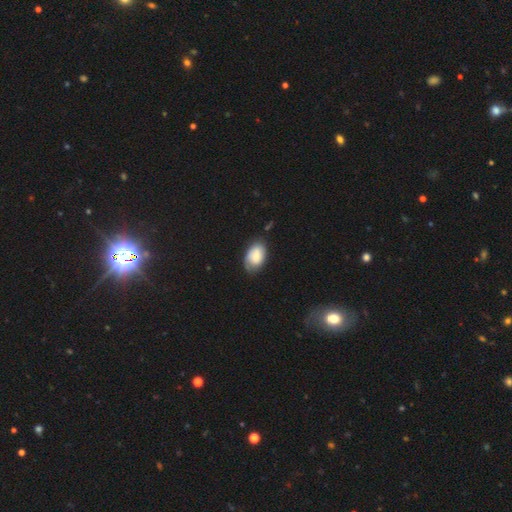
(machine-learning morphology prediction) Smooth or featured: smooth — 73% (featured or disk — 20%)
How rounded: in between — 90% (round — 8%)
Merging: none — 63% (minor disturbance — 28%)